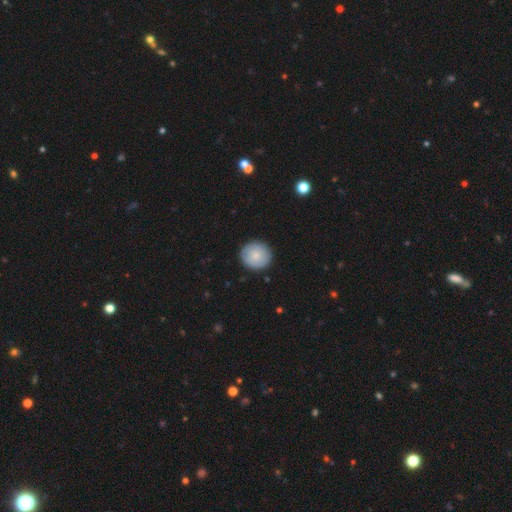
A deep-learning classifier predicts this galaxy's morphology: smooth 78%, featured or disk 17%, star or artifact 6%. Down the decision tree: how rounded — round (93%); merging — none (90%).